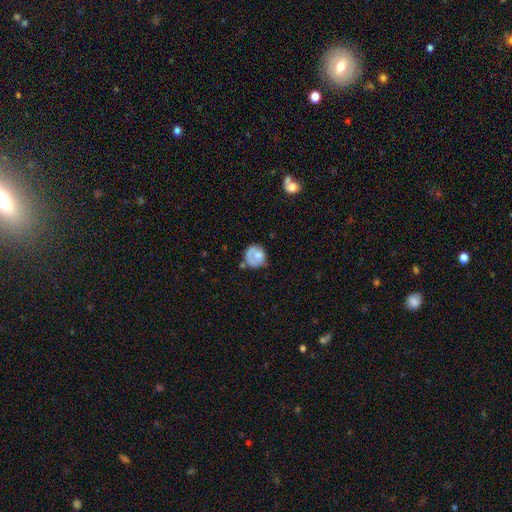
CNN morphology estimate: type=smooth (64%); roundness=round (78%); merging=none (54%).